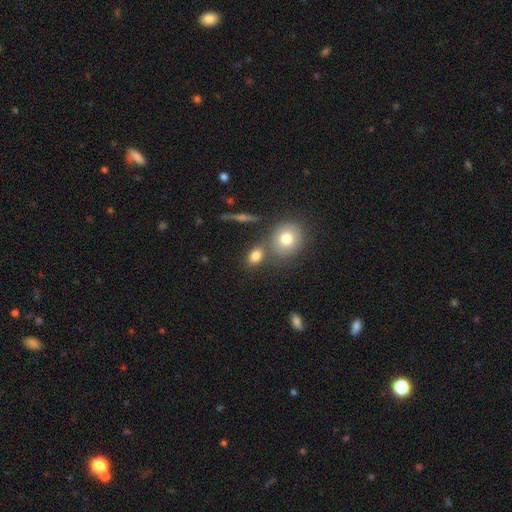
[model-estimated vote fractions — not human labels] A smooth galaxy with no disk features (78%) that is in between round and cigar-shaped (61%). Merging: none (64%).